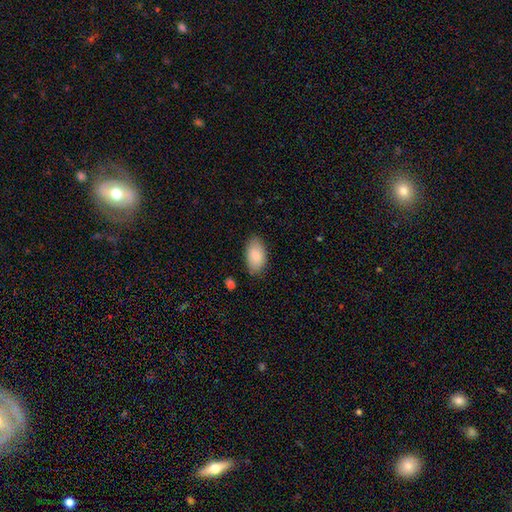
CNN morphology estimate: Smooth or featured: smooth — 85% (featured or disk — 9%)
How rounded: in between — 95% (round — 4%)
Merging: none — 83% (minor disturbance — 13%)